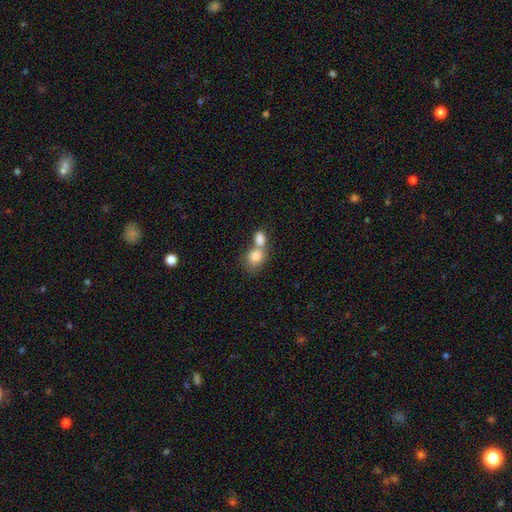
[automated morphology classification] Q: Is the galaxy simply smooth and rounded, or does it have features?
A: smooth — 82%.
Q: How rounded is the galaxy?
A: in between — 53%.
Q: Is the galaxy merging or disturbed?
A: merger — 68%.